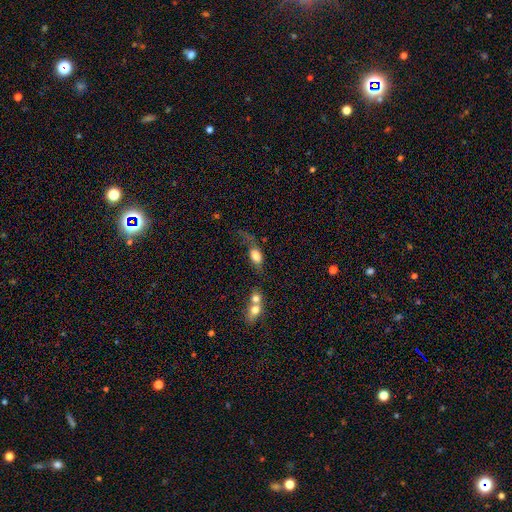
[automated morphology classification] Smooth or featured? Predicted: smooth (p=0.70). How rounded? Predicted: in between (p=0.84). Merging? Predicted: major disturbance (p=0.32).